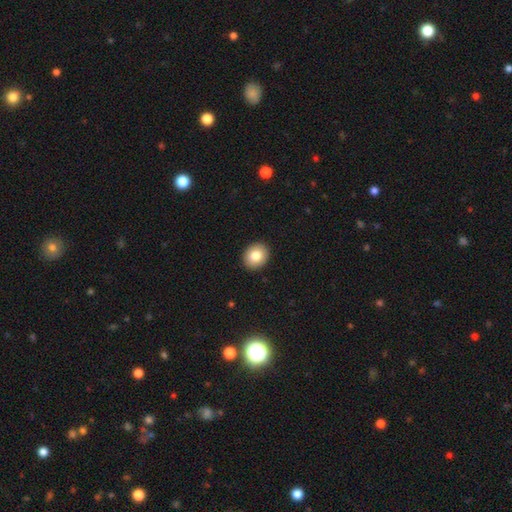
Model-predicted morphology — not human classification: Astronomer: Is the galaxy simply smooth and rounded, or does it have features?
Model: smooth — 82%.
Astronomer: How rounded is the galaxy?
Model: round — 66%.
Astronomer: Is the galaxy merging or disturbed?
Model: none — 92%.